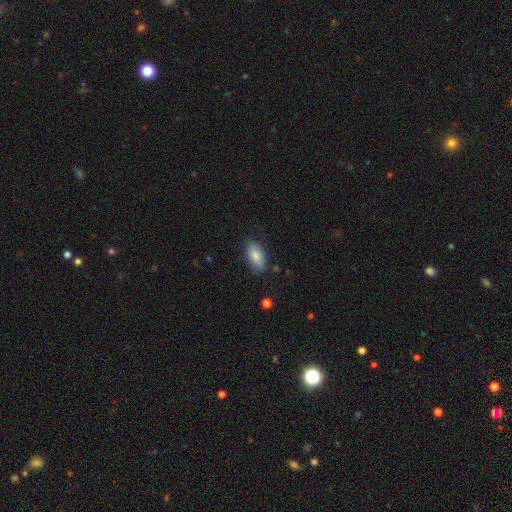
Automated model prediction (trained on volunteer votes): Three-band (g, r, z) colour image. It shows a smooth galaxy with no disk features (82%) that is in between round and cigar-shaped (92%). Merging: none (78%).